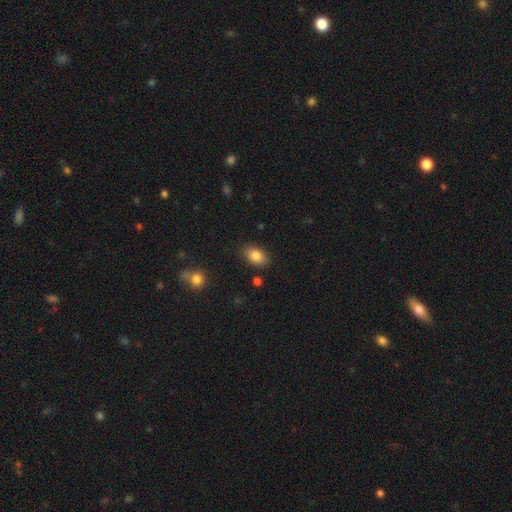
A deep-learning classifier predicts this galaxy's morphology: Smooth or featured? smooth (84%)
How rounded? in between (87%)
Merging? none (85%)